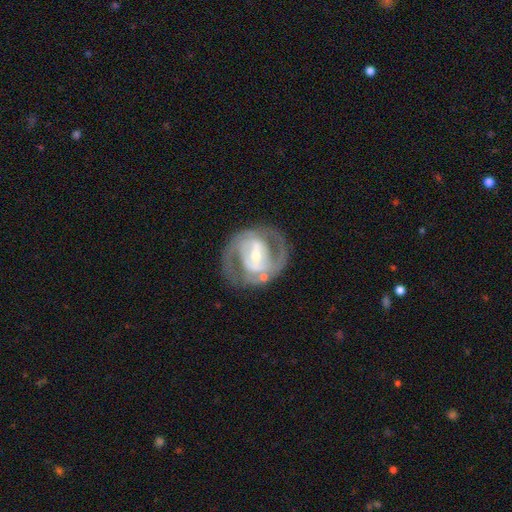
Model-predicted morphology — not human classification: featured or disk 85%, smooth 10%, star or artifact 5%. Down the decision tree: edge-on disk — no (96%); bar — strong (48%); spiral arms — yes (86%); spiral arm count — 2 (81%); spiral winding — tight (45%); bulge size — moderate (49%); merging — none (73%).